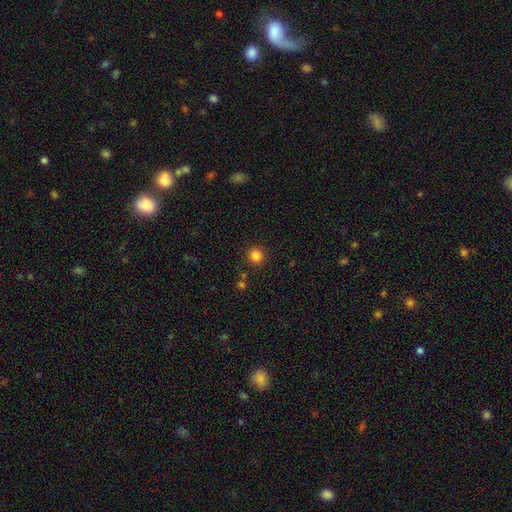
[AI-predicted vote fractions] Smooth or featured?
  - smooth: 83% *
  - star or artifact: 12%
  - featured or disk: 4%
How rounded?
  - round: 90% *
  - in between: 9%
  - cigar-shaped: 1%
Merging?
  - none: 88% *
  - minor disturbance: 7%
  - major disturbance: 3%
  - merger: 2%